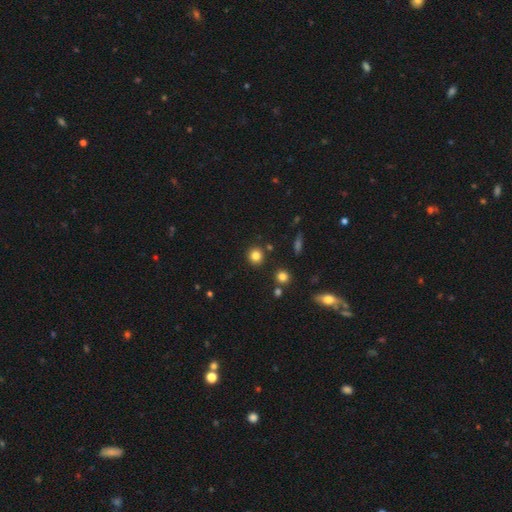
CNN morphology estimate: Q: Smooth or featured?
A: smooth (82%); runner-up: star or artifact (12%)
Q: How rounded?
A: round (91%); runner-up: in between (8%)
Q: Merging?
A: none (88%); runner-up: minor disturbance (6%)